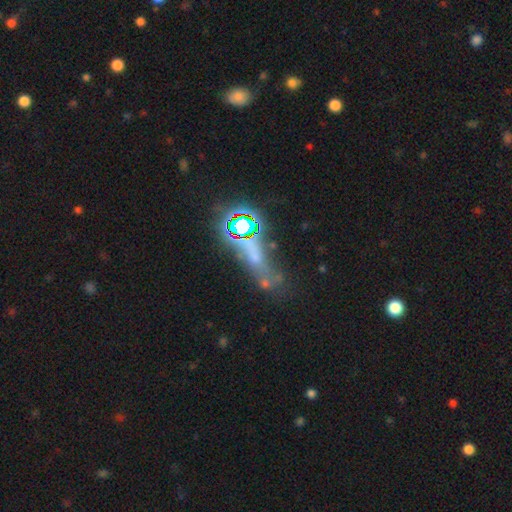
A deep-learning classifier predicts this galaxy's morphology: A star or artifact, not a galaxy (43%).

Vote fractions:
- Smooth or featured? star or artifact: 43% / smooth: 34% / featured or disk: 22%